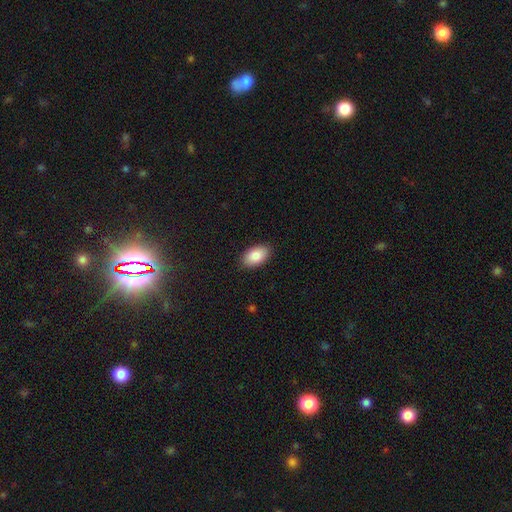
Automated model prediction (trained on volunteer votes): smooth 86%, featured or disk 7%, star or artifact 7%. Down the decision tree: how rounded — in between (94%); merging — none (89%).